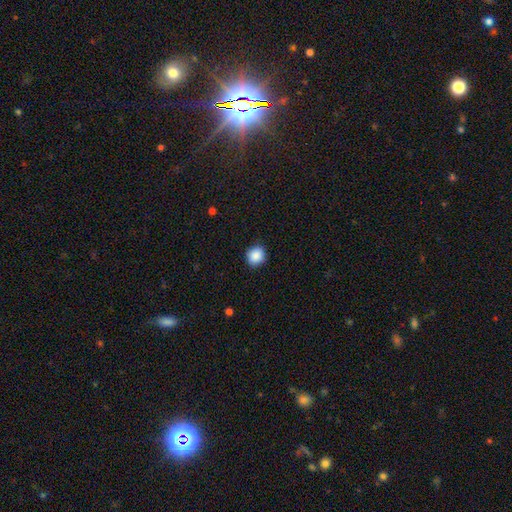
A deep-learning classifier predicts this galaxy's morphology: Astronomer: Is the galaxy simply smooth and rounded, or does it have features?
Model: smooth — 89%.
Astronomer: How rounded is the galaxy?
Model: round — 85%.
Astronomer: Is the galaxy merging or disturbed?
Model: none — 88%.